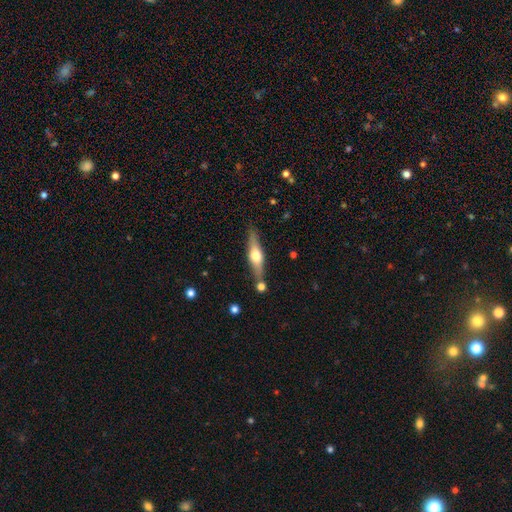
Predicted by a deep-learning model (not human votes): Smooth or featured? featured or disk (61%)
Edge-on disk? yes (95%)
Edge-on bulge? rounded (93%)
Merging? none (79%)